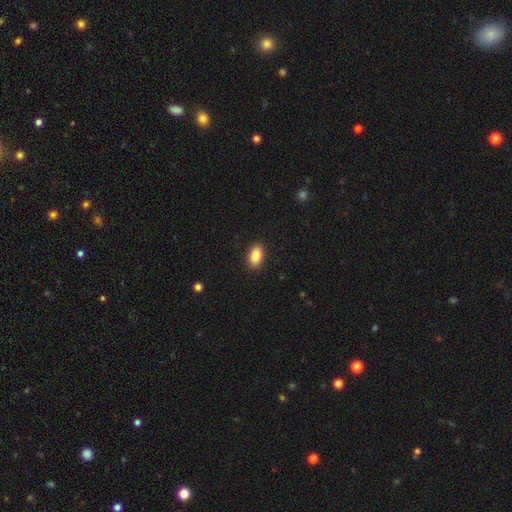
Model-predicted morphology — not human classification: Smooth or featured? Predicted: smooth (p=0.86). How rounded? Predicted: in between (p=0.91). Merging? Predicted: none (p=0.90).